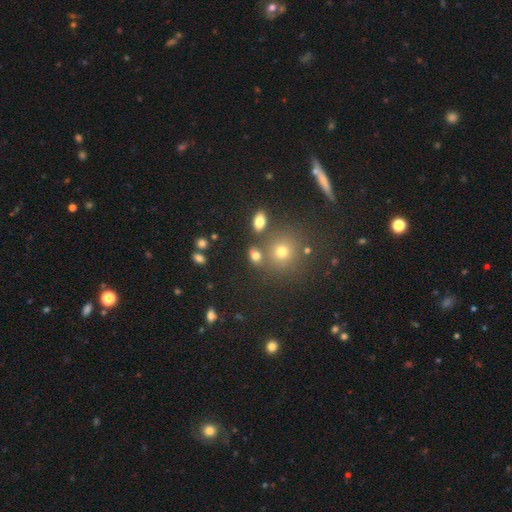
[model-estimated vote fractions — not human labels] This is likely a smooth galaxy (72%). How rounded: possibly in between (59%). Merging: likely none (66%).